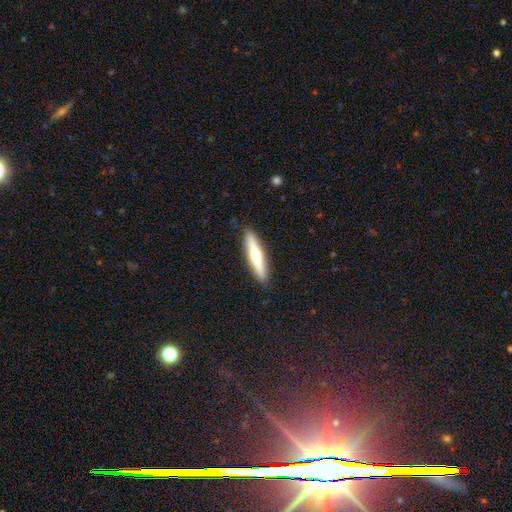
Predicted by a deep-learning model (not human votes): Smooth or featured?
  - smooth: 55% *
  - featured or disk: 40%
  - star or artifact: 5%
How rounded?
  - cigar-shaped: 88% *
  - in between: 10%
  - round: 1%
Merging?
  - none: 90% *
  - minor disturbance: 7%
  - major disturbance: 2%
  - merger: 1%